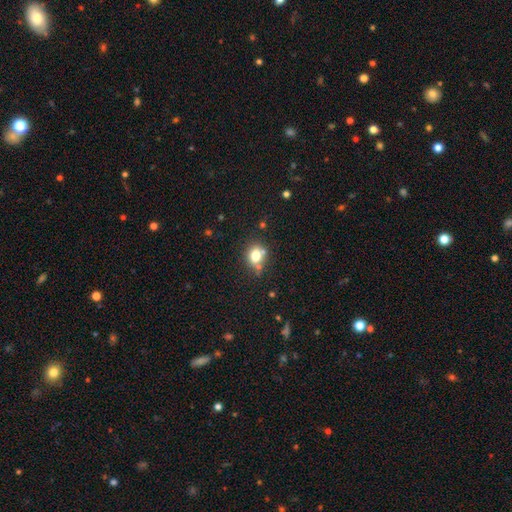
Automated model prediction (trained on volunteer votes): smooth_or_featured: smooth (p=0.74) [alt: featured or disk p=0.13]
how_rounded: round (p=0.62) [alt: in between p=0.37]
merging: none (p=0.63) [alt: merger p=0.16]